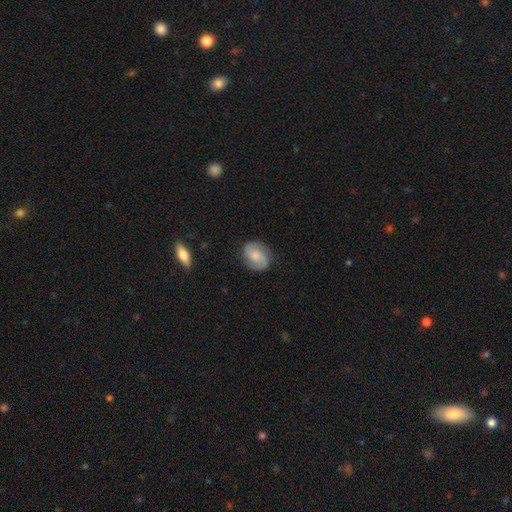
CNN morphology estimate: This appears to be a featured or disk galaxy (63%) with no bar (56%), 2 (88%) medium (49%) spiral arms (94%) and a moderate central bulge (40%). Merging: none (82%).